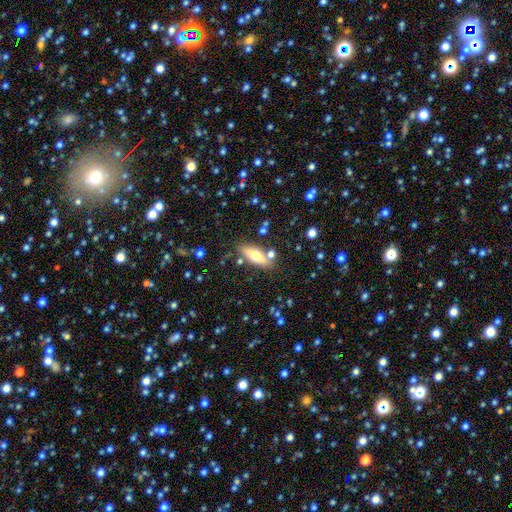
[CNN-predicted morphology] Smooth or featured? smooth (65%)
How rounded? in between (62%)
Merging? none (75%)